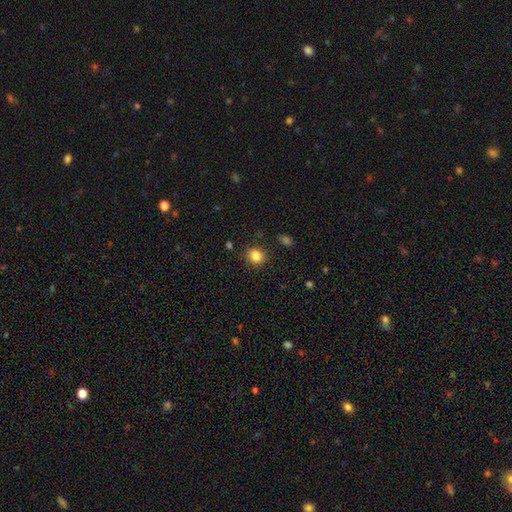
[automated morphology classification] smooth-or-featured: smooth: 84% | star or artifact: 11% | featured or disk: 5%
  how-rounded: round: 76% | in between: 23% | cigar-shaped: 1%
  merging: none: 87% | minor disturbance: 9% | major disturbance: 3% | merger: 2%